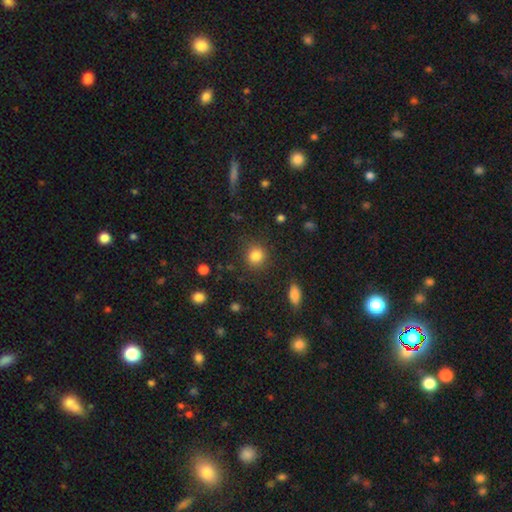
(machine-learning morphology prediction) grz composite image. It shows a smooth galaxy with no disk features (84%) that is round (85%). Merging: none (85%).